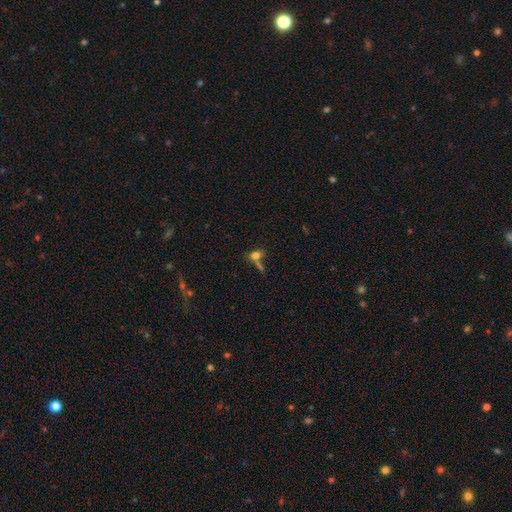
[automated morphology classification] type=smooth (66%); roundness=in between (53%); merging=none (48%).